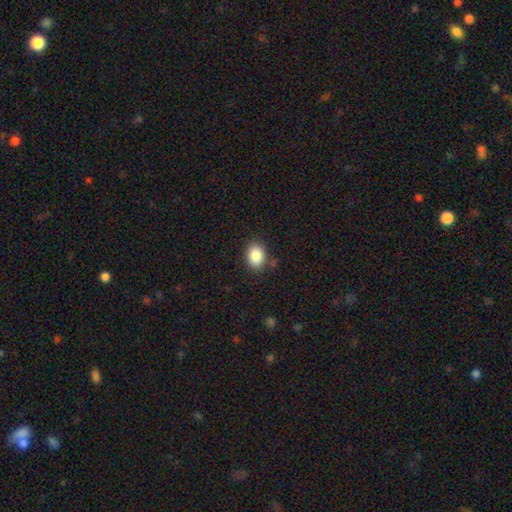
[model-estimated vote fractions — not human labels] Smooth or featured? Predicted: smooth (p=0.87). How rounded? Predicted: in between (p=0.70). Merging? Predicted: none (p=0.82).